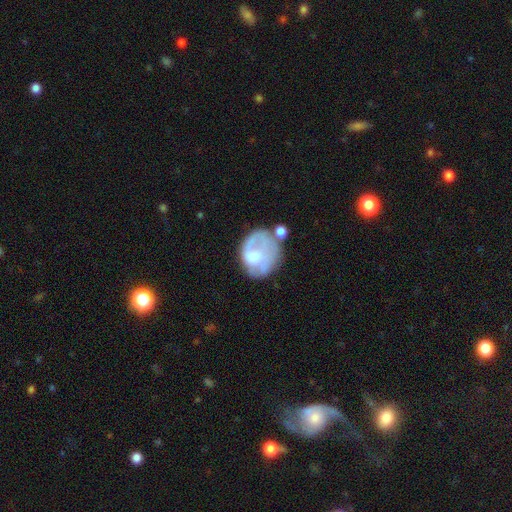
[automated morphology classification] smooth_or_featured: featured or disk (p=0.48) [alt: smooth p=0.44]
merging: none (p=0.34) [alt: major disturbance p=0.29]